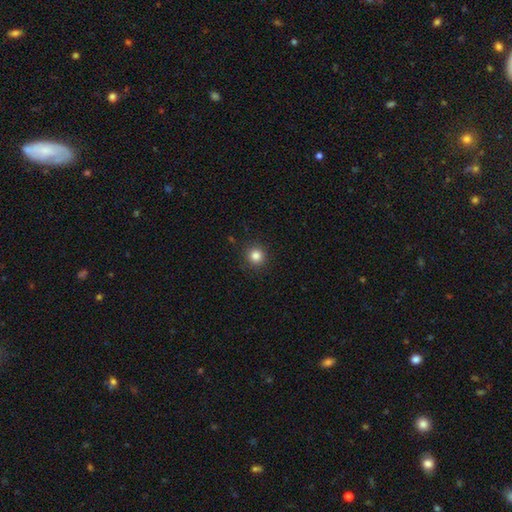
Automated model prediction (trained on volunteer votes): Smooth or featured: smooth — 84% (star or artifact — 12%)
How rounded: round — 94% (in between — 5%)
Merging: none — 91% (minor disturbance — 6%)